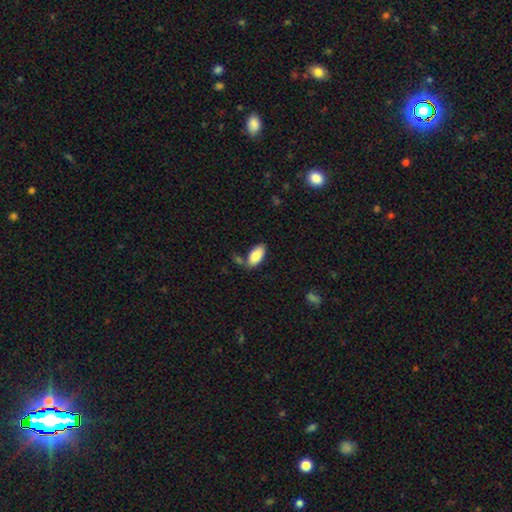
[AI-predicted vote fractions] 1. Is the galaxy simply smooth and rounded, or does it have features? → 84% smooth, 10% featured or disk, 6% star or artifact.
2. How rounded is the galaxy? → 94% in between, 4% cigar-shaped, 2% round.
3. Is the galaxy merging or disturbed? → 71% none, 16% minor disturbance, 9% merger, 4% major disturbance.